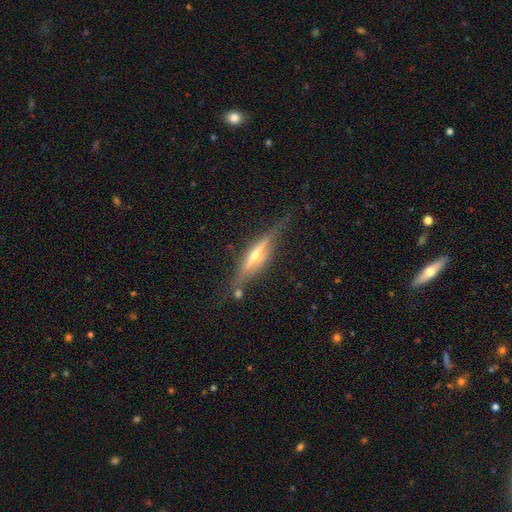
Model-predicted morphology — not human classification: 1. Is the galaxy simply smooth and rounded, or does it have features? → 79% featured or disk, 14% smooth, 7% star or artifact.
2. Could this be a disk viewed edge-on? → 95% yes, 5% no.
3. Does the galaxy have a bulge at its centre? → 88% rounded, 6% boxy, 6% none.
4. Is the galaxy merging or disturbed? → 78% none, 15% minor disturbance, 4% major disturbance, 3% merger.